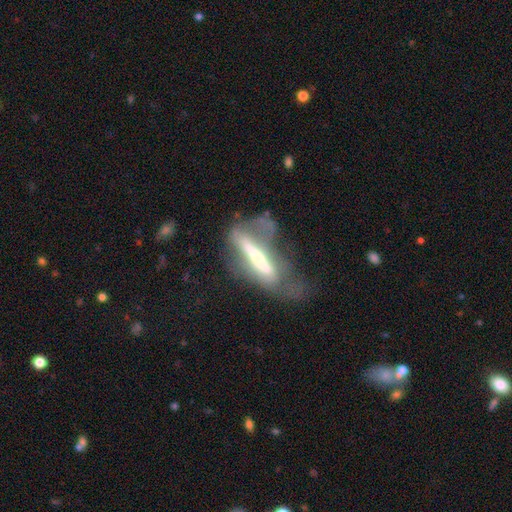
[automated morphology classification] A featured or disk galaxy (54%) viewed edge-on (53%).

Vote fractions:
- Smooth or featured? featured or disk: 54% / smooth: 38% / star or artifact: 9%
- Edge-on disk? yes: 53% / no: 47%
- Merging? major disturbance: 44% / none: 27% / minor disturbance: 22% / merger: 7%